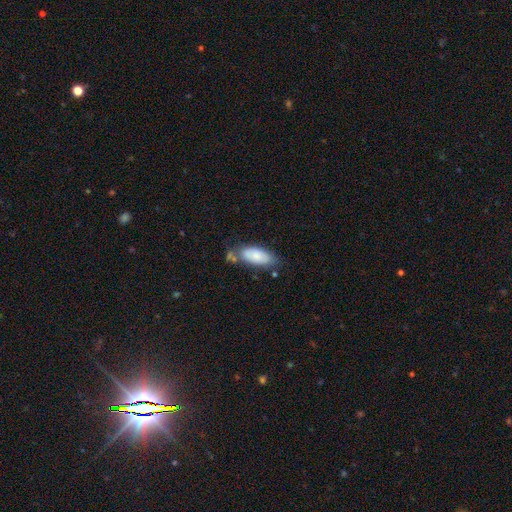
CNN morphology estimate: smooth-or-featured: smooth: 75% | featured or disk: 19% | star or artifact: 6%
  how-rounded: in between: 86% | cigar-shaped: 12% | round: 2%
  merging: none: 56% | minor disturbance: 25% | merger: 12% | major disturbance: 7%